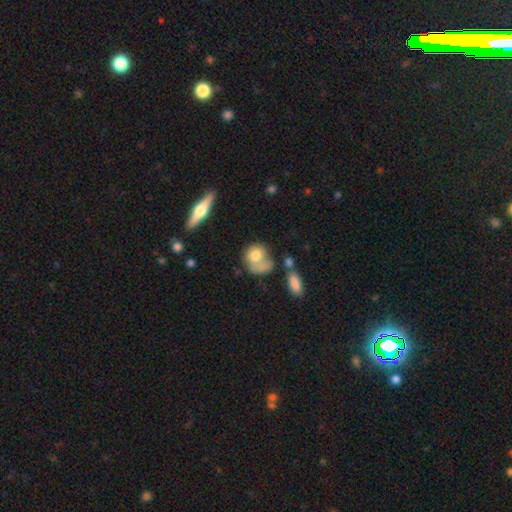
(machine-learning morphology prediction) smooth-or-featured: smooth: 71% | featured or disk: 21% | star or artifact: 8%
  how-rounded: round: 58% | in between: 40% | cigar-shaped: 2%
  merging: none: 29% | merger: 27% | major disturbance: 23% | minor disturbance: 20%